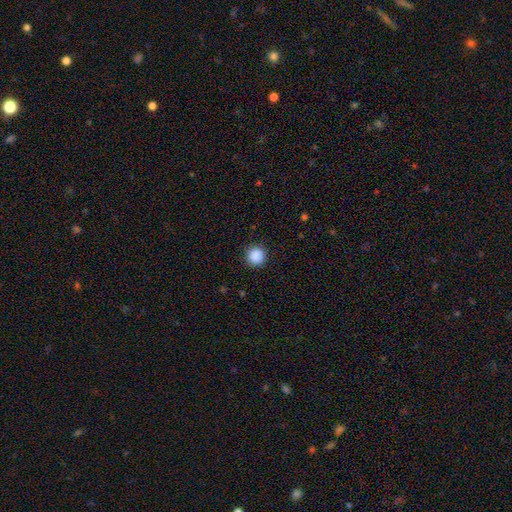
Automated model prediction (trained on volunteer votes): The model was most divided on "smooth or featured": smooth: 89%, star or artifact: 9%, featured or disk: 2%. More confident: how rounded — round (94%); merging — none (91%).